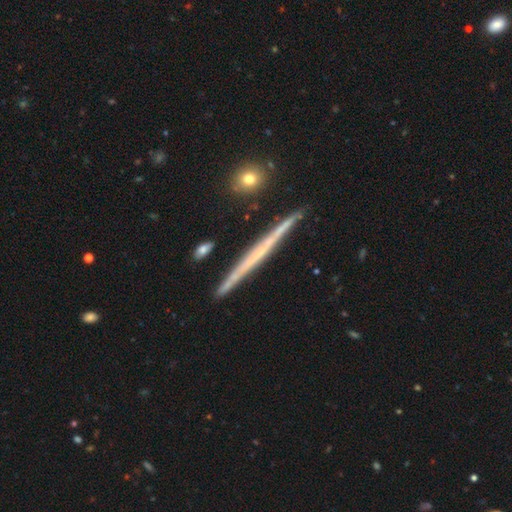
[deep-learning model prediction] This appears to be a featured or disk galaxy (68%) viewed edge-on (98%) with no central bulge (86%). Merging: none (90%).